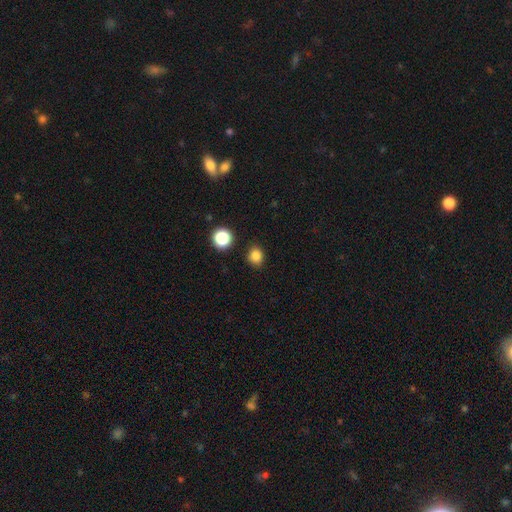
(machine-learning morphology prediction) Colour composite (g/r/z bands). It shows a smooth galaxy with no disk features (83%) that is round (75%). Merging: none (86%).